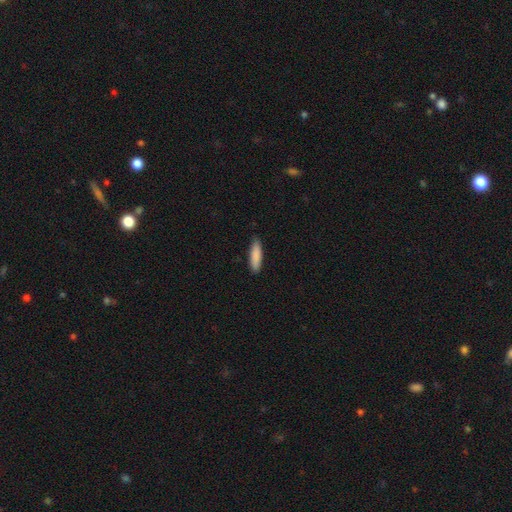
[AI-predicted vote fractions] This is clearly a smooth galaxy (87%). How rounded: likely cigar-shaped (67%). Merging: clearly none (86%).